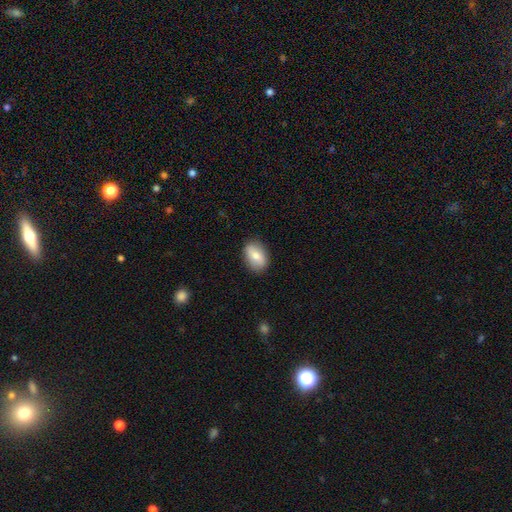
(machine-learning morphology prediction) This is likely a smooth galaxy (73%). How rounded: clearly in between (84%). Merging: clearly none (85%).